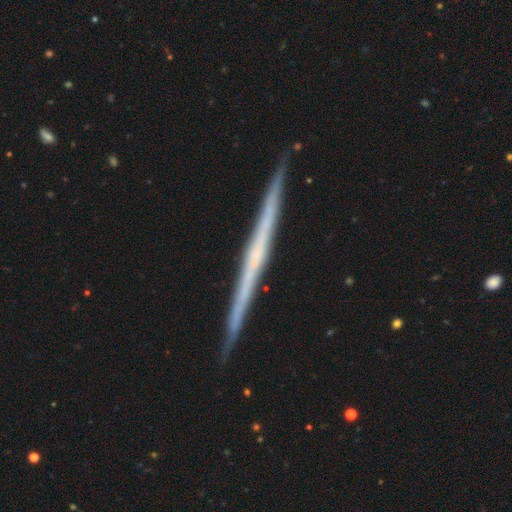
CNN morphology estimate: Q: Smooth or featured?
A: featured or disk (74%); runner-up: smooth (20%)
Q: Edge-on disk?
A: yes (98%); runner-up: no (2%)
Q: Edge-on bulge?
A: none (84%); runner-up: rounded (11%)
Q: Merging?
A: none (91%); runner-up: minor disturbance (7%)